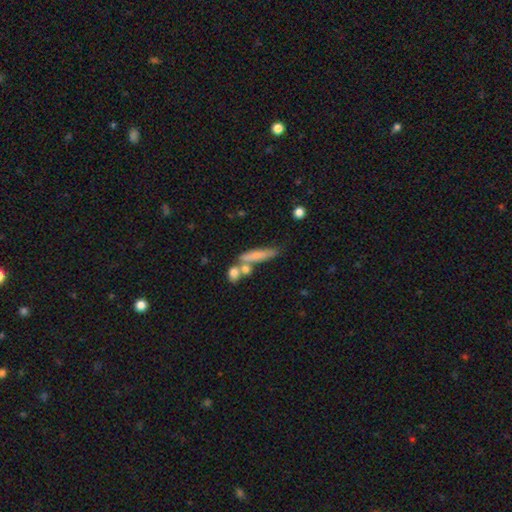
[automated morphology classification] smooth_or_featured: smooth (p=0.68) [alt: featured or disk p=0.24]
how_rounded: cigar-shaped (p=0.78) [alt: in between p=0.18]
merging: none (p=0.53) [alt: merger p=0.26]